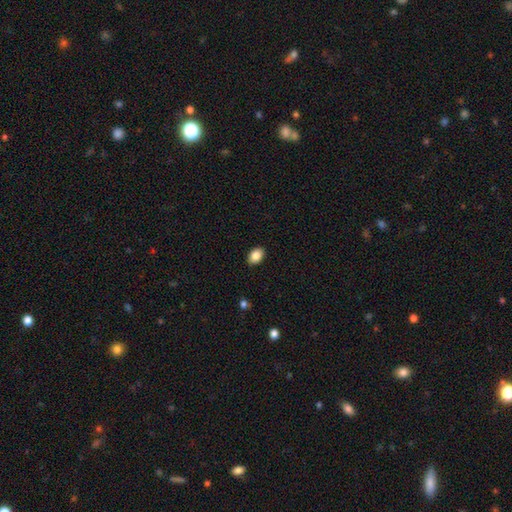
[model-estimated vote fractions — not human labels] This appears to be a smooth galaxy with no disk features (86%) that is in between round and cigar-shaped (84%). Merging: none (89%).